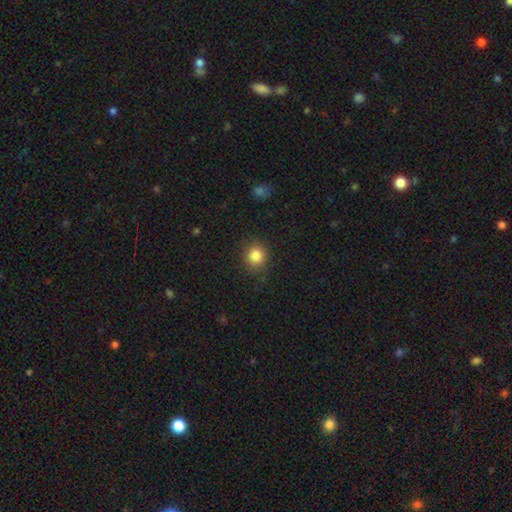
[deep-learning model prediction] This appears to be a smooth galaxy with no disk features (84%) that is round (85%). Merging: none (86%).